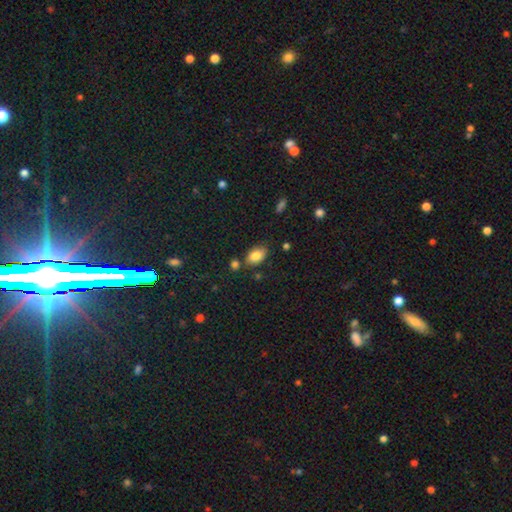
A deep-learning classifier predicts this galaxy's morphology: Smooth or featured?
  - smooth: 83% *
  - featured or disk: 8%
  - star or artifact: 8%
How rounded?
  - in between: 90% *
  - round: 8%
  - cigar-shaped: 2%
Merging?
  - none: 74% *
  - minor disturbance: 14%
  - merger: 8%
  - major disturbance: 3%